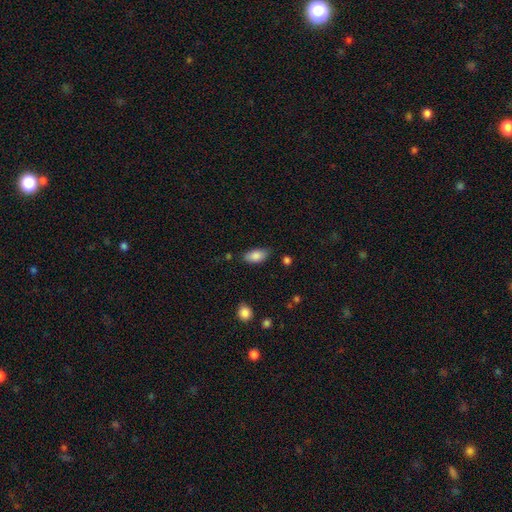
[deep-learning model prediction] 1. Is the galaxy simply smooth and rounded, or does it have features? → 85% smooth, 8% featured or disk, 7% star or artifact.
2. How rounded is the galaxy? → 91% in between, 5% cigar-shaped, 3% round.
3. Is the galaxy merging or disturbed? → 76% none, 18% minor disturbance, 4% major disturbance, 2% merger.